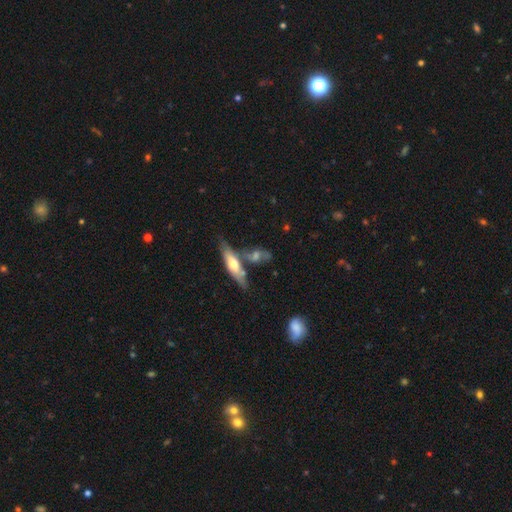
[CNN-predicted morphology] Smooth or featured: featured or disk — 50% (smooth — 41%)
Merging: none — 48% (merger — 29%)